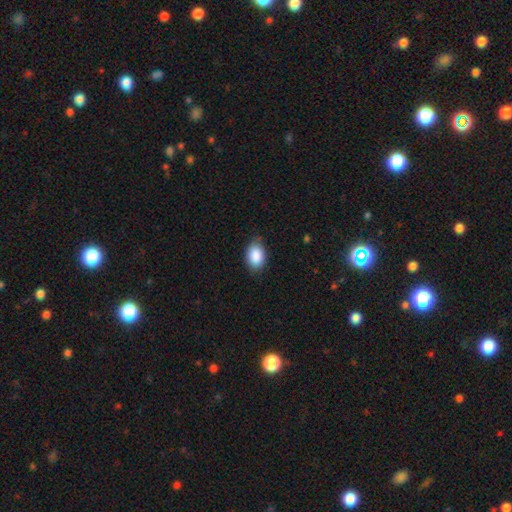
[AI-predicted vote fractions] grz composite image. It shows a smooth galaxy with no disk features (89%) that is in between round and cigar-shaped (87%). Merging: none (80%).